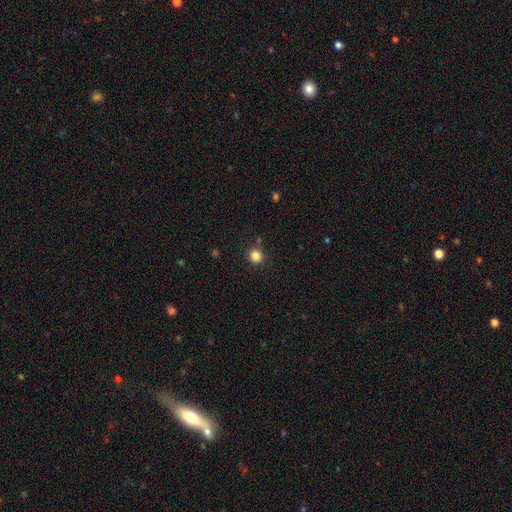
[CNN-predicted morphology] smooth_or_featured: smooth (p=0.83) [alt: star or artifact p=0.12]
how_rounded: round (p=0.91) [alt: in between p=0.08]
merging: none (p=0.84) [alt: minor disturbance p=0.09]